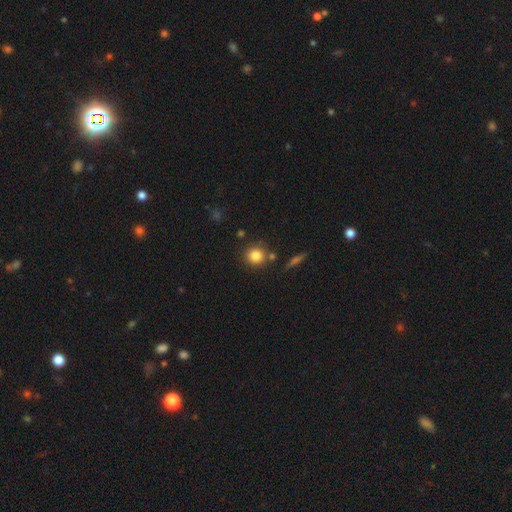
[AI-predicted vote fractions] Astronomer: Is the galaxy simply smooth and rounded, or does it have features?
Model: smooth — 83%.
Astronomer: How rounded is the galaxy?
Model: round — 90%.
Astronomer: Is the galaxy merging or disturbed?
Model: none — 79%.